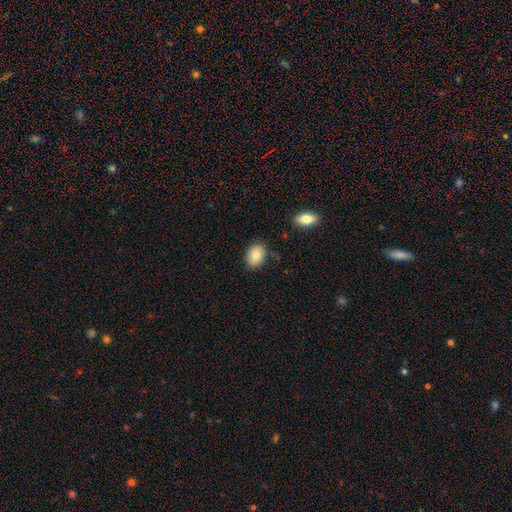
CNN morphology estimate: smooth-or-featured: smooth: 82% | featured or disk: 10% | star or artifact: 8%
  how-rounded: in between: 80% | round: 19% | cigar-shaped: 1%
  merging: none: 84% | minor disturbance: 11% | major disturbance: 2% | merger: 2%